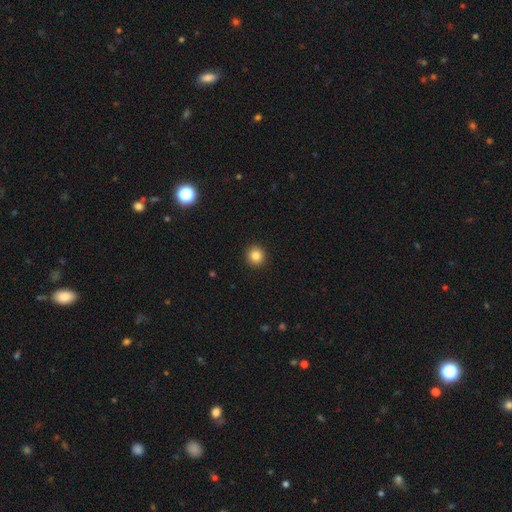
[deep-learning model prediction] smooth-or-featured: smooth: 84% | star or artifact: 11% | featured or disk: 5%
  how-rounded: round: 95% | in between: 4% | cigar-shaped: 1%
  merging: none: 93% | minor disturbance: 4% | major disturbance: 2% | merger: 1%